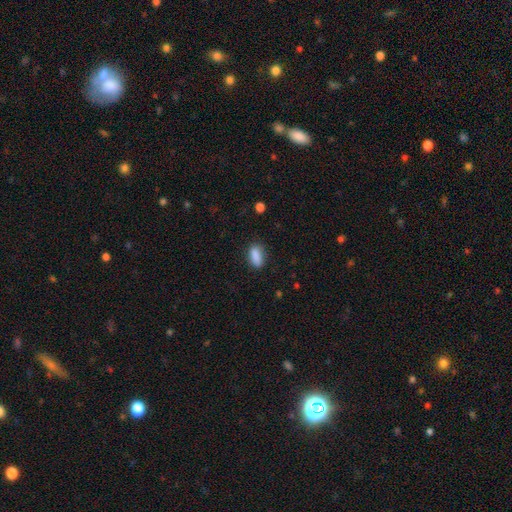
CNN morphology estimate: This appears to be a smooth galaxy with no disk features (88%) that is in between round and cigar-shaped (83%). Merging: none (80%).